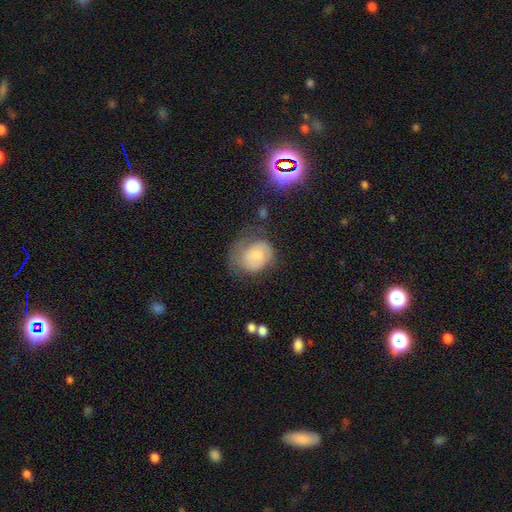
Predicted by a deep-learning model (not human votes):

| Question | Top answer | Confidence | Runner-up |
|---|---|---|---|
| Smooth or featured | smooth | 58% | featured or disk (34%) |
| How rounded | round | 58% | in between (41%) |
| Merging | none | 38% | minor disturbance (30%) |